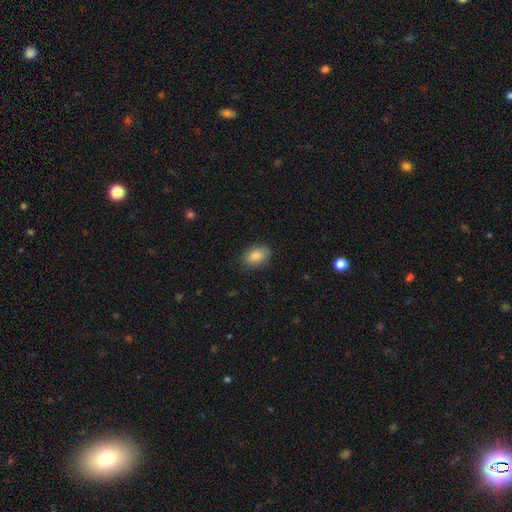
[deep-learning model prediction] Smooth or featured?
  - smooth: 86% *
  - star or artifact: 7%
  - featured or disk: 6%
How rounded?
  - in between: 86% *
  - round: 13%
  - cigar-shaped: 1%
Merging?
  - none: 83% *
  - minor disturbance: 13%
  - major disturbance: 3%
  - merger: 1%